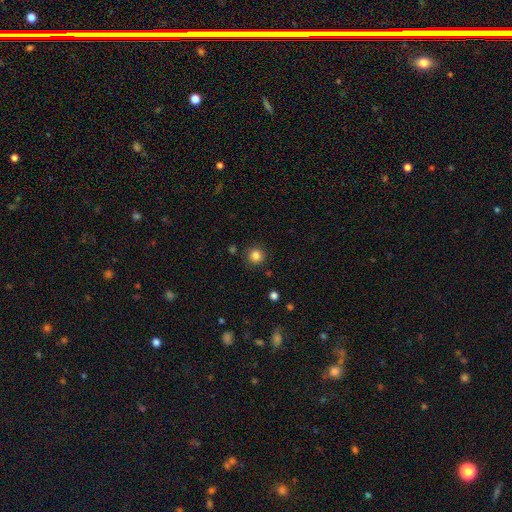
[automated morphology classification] Q: Smooth or featured?
A: smooth (83%); runner-up: star or artifact (12%)
Q: How rounded?
A: round (94%); runner-up: in between (5%)
Q: Merging?
A: none (88%); runner-up: minor disturbance (7%)